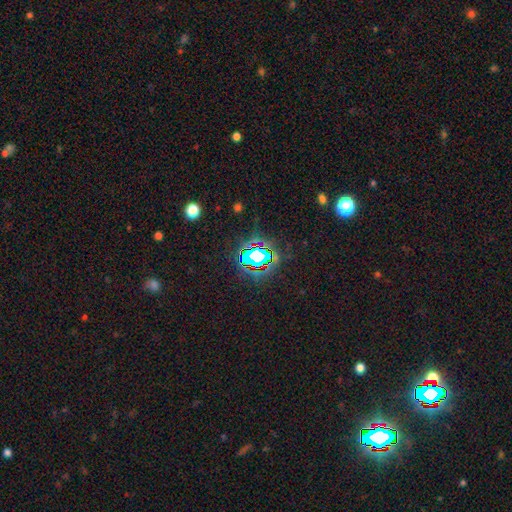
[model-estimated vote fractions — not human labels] A star or artifact, not a galaxy (70%).